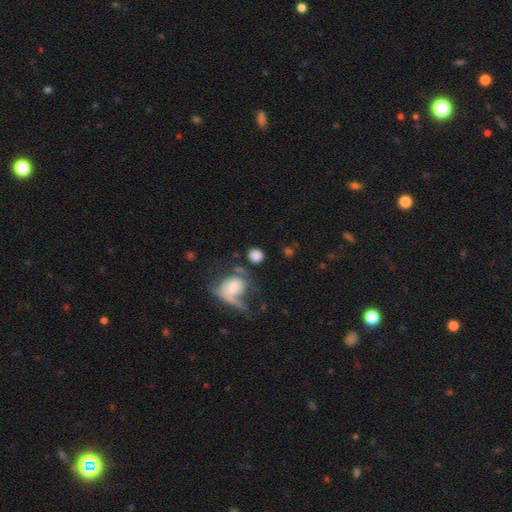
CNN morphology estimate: A smooth galaxy with no disk features (79%) that is round (80%). Merging: none (60%).